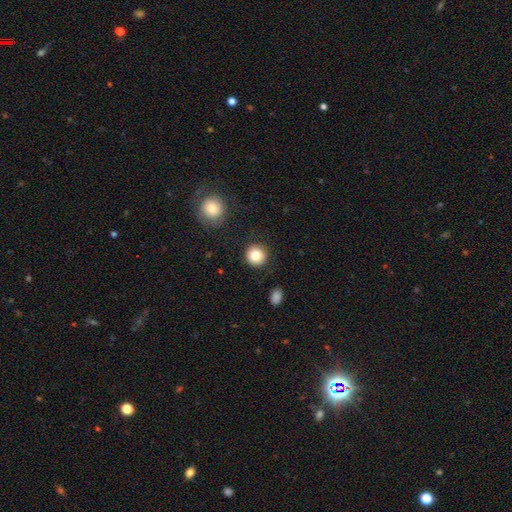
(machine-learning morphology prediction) smooth-or-featured: smooth: 86% | star or artifact: 9% | featured or disk: 5%
  how-rounded: round: 93% | in between: 6% | cigar-shaped: 1%
  merging: none: 88% | minor disturbance: 7% | major disturbance: 3% | merger: 2%